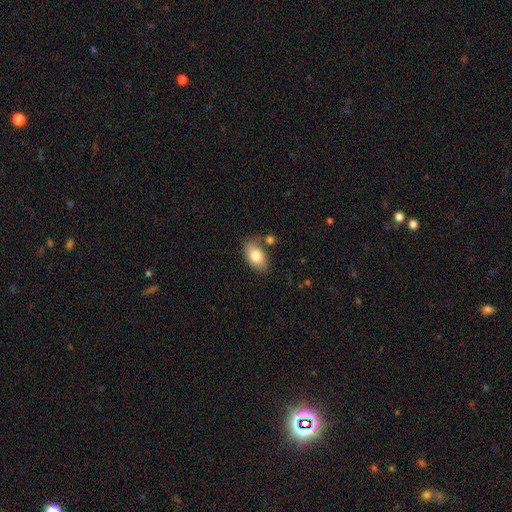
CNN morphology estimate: Smooth or featured: smooth — 80% (featured or disk — 13%)
How rounded: in between — 91% (round — 7%)
Merging: none — 70% (minor disturbance — 17%)